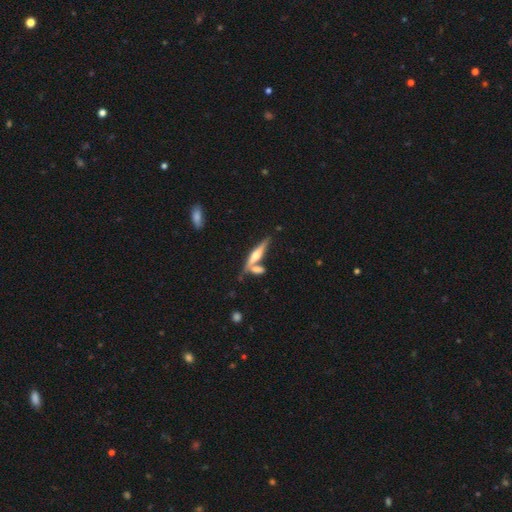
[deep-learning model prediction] This is likely a featured or disk galaxy (60%). It is clearly viewed edge-on (94%). Edge-on bulge: clearly rounded (88%). Merging: possibly none (58%).